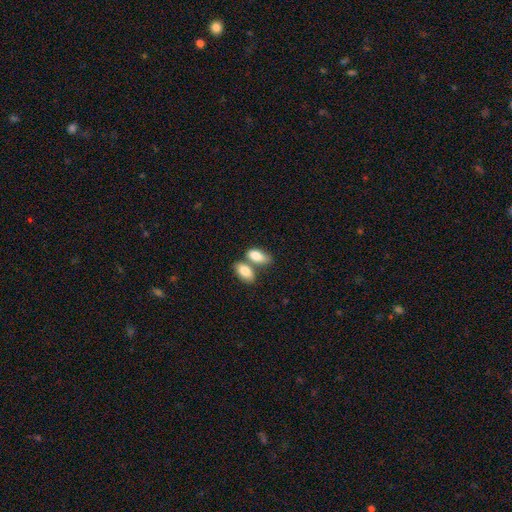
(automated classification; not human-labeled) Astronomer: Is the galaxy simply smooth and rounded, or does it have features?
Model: smooth — 84%.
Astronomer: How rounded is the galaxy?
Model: in between — 91%.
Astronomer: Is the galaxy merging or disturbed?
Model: merger — 48% (runner-up: none, 37%).